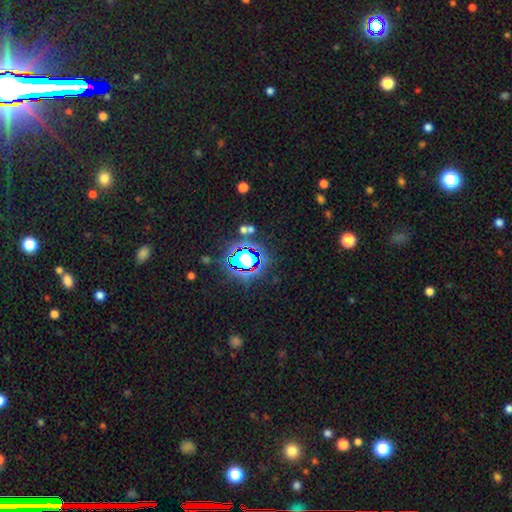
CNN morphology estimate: Smooth or featured?
  - star or artifact: 77% *
  - smooth: 15%
  - featured or disk: 8%